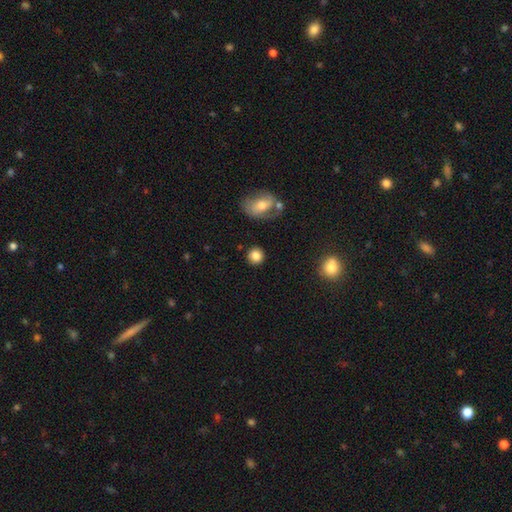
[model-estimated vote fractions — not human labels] Smooth or featured: smooth — 84% (star or artifact — 9%)
How rounded: round — 90% (in between — 9%)
Merging: none — 86% (minor disturbance — 8%)